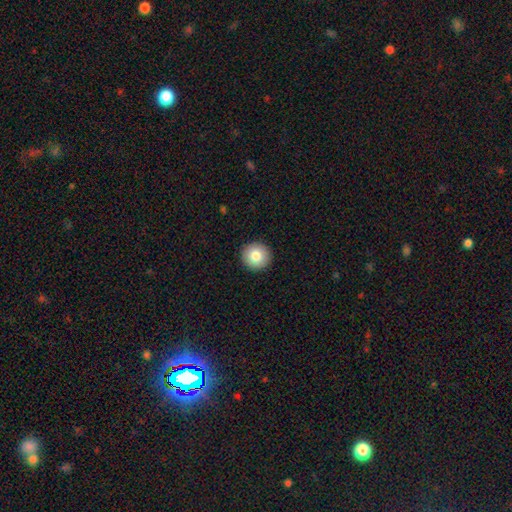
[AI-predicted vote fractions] Smooth or featured? smooth (82%)
How rounded? round (95%)
Merging? none (93%)